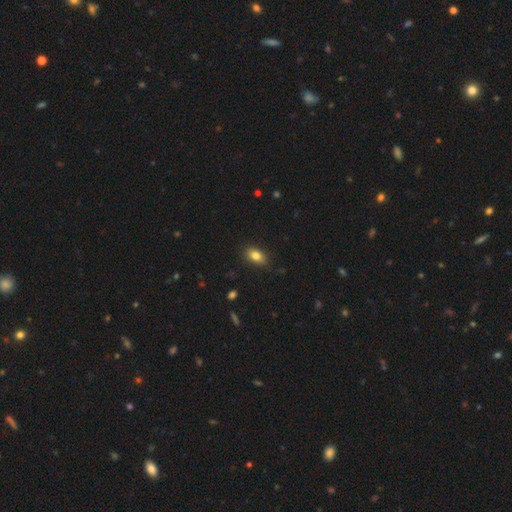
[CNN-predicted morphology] A smooth galaxy with no disk features (82%) that is in between round and cigar-shaped (86%). Merging: none (84%).